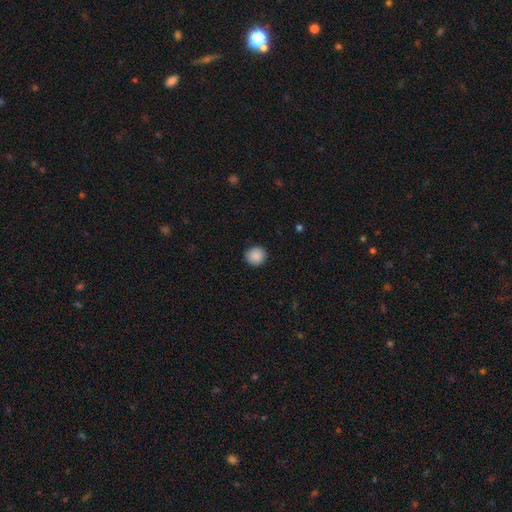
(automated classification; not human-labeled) This appears to be a smooth galaxy with no disk features (89%) that is round (86%). Merging: none (91%).